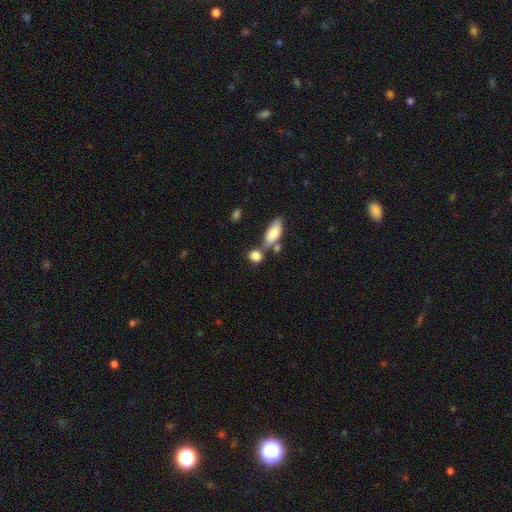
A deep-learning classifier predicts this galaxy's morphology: The model was most divided on "how rounded": round: 52%, in between: 42%, cigar-shaped: 6%. More confident: smooth or featured — smooth (85%); merging — none (53%).